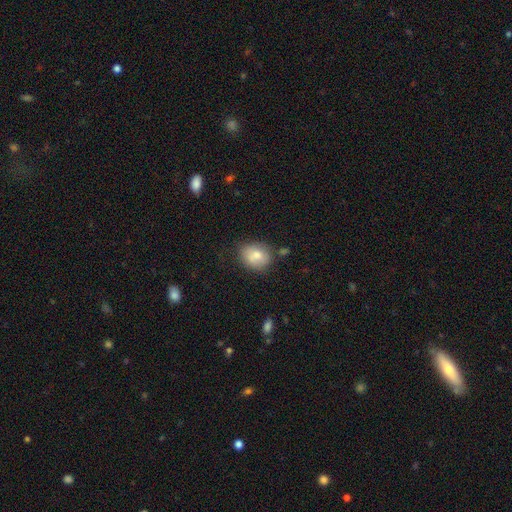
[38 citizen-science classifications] smooth_or_featured: smooth (p=0.82) [alt: featured or disk p=0.16]
how_rounded: round (p=0.52) [alt: in between p=0.48]
merging: none (p=0.57) [alt: minor disturbance p=0.19]